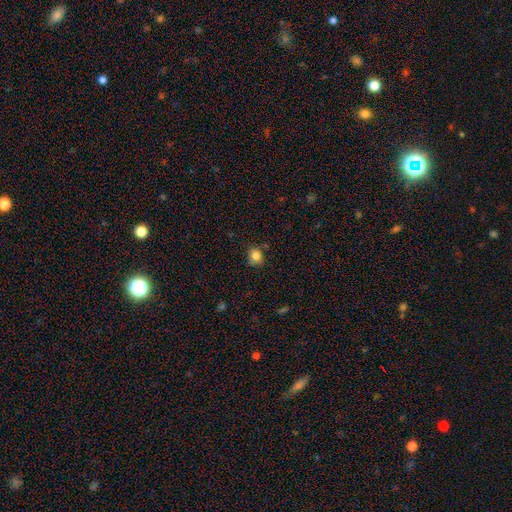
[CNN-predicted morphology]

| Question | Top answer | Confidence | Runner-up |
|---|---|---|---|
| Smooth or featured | smooth | 82% | star or artifact (12%) |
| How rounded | round | 76% | in between (23%) |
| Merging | none | 76% | minor disturbance (17%) |